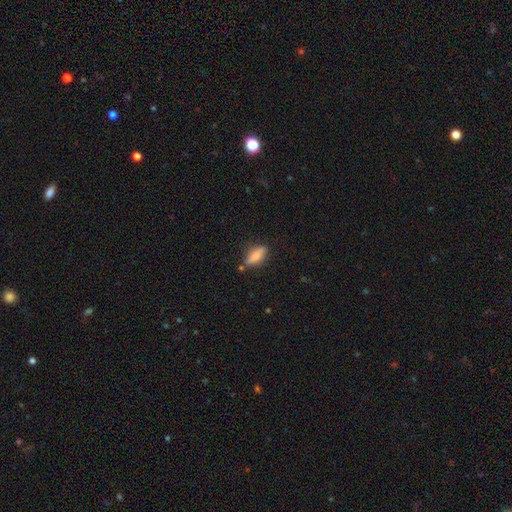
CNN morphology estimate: Smooth or featured? Predicted: smooth (p=0.64). How rounded? Predicted: in between (p=0.53). Merging? Predicted: none (p=0.75).